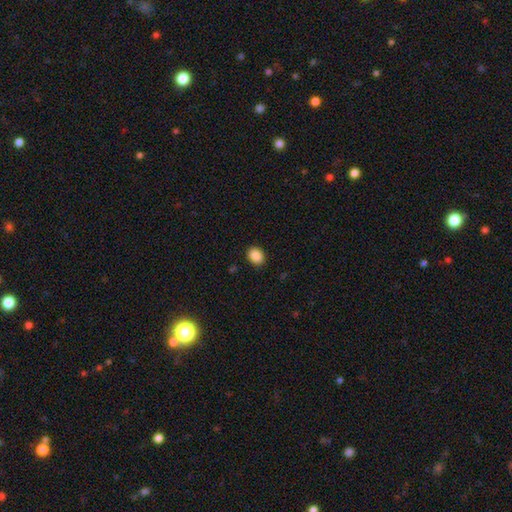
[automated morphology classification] smooth 88%, star or artifact 9%, featured or disk 3%. Down the decision tree: how rounded — in between (53%); merging — none (90%).